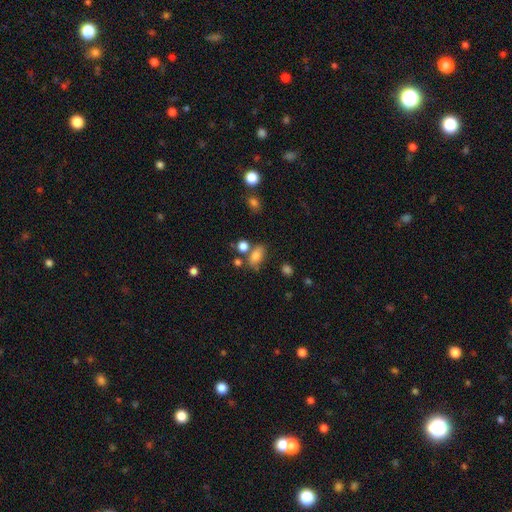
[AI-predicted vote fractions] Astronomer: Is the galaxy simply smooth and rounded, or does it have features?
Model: smooth — 78%.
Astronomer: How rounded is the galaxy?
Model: in between — 83%.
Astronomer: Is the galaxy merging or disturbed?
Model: none — 57%.